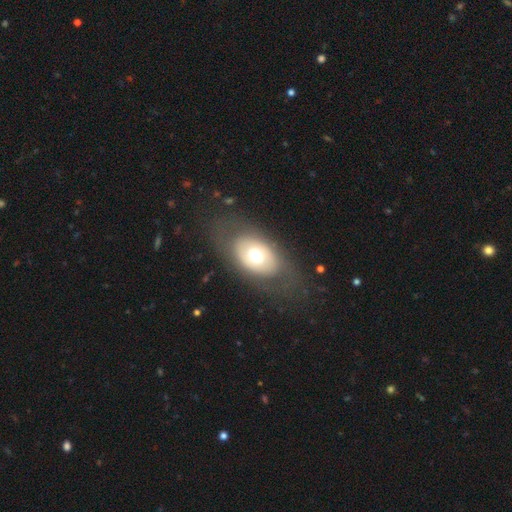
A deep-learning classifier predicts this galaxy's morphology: Q: Smooth or featured?
A: smooth (51%); runner-up: featured or disk (40%)
Q: How rounded?
A: in between (84%); runner-up: round (14%)
Q: Merging?
A: none (75%); runner-up: minor disturbance (13%)